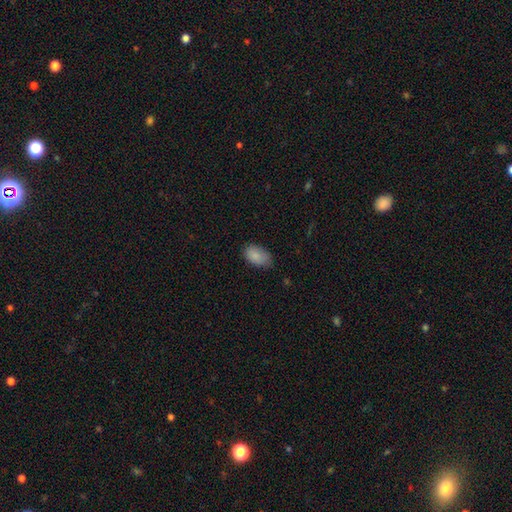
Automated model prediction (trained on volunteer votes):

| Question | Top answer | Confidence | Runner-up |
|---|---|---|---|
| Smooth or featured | smooth | 87% | star or artifact (7%) |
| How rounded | in between | 93% | round (6%) |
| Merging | none | 71% | minor disturbance (24%) |